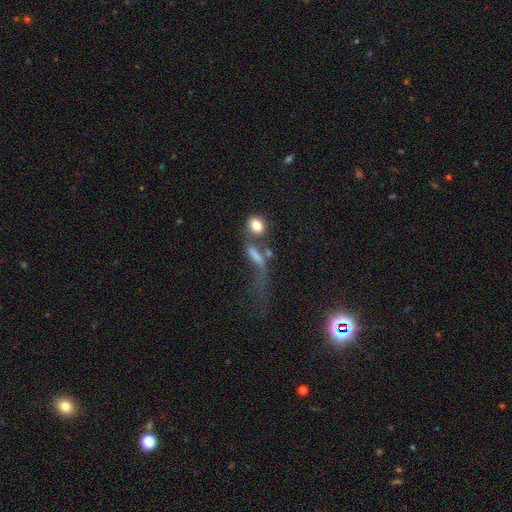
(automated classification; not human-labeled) Q: Smooth or featured?
A: smooth (56%); runner-up: featured or disk (26%)
Q: How rounded?
A: in between (44%); runner-up: cigar-shaped (30%)
Q: Merging?
A: merger (36%); runner-up: major disturbance (28%)